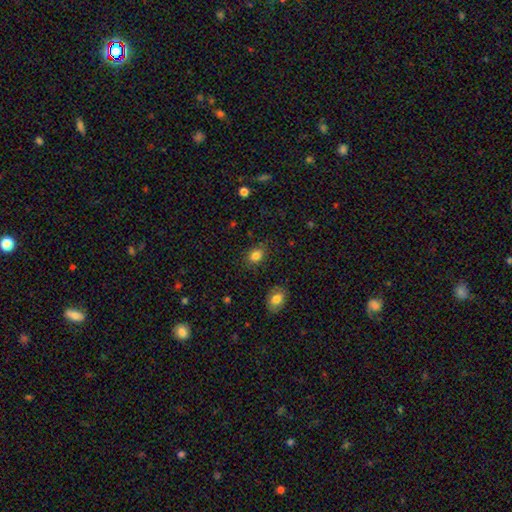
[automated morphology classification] A smooth galaxy with no disk features (83%) that is in between round and cigar-shaped (56%).

Vote fractions:
- Smooth or featured? smooth: 83% / star or artifact: 11% / featured or disk: 6%
- How rounded? in between: 56% / round: 42% / cigar-shaped: 1%
- Merging? none: 84% / minor disturbance: 11% / major disturbance: 3% / merger: 2%